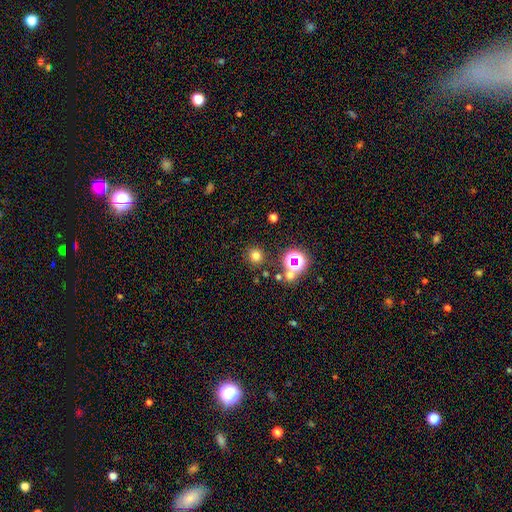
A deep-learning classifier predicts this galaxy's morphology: Smooth or featured? Predicted: smooth (p=0.71). How rounded? Predicted: round (p=0.91). Merging? Predicted: none (p=0.85).